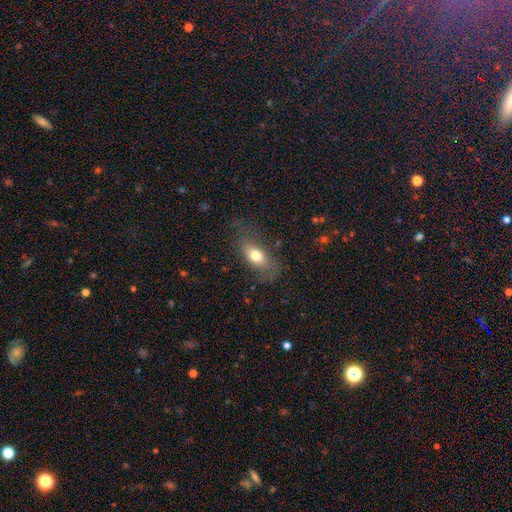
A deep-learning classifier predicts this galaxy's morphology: The model was most divided on "merging": none: 67%, minor disturbance: 21%, major disturbance: 11%, merger: 2%. More confident: how rounded — in between (81%); smooth or featured — smooth (72%).